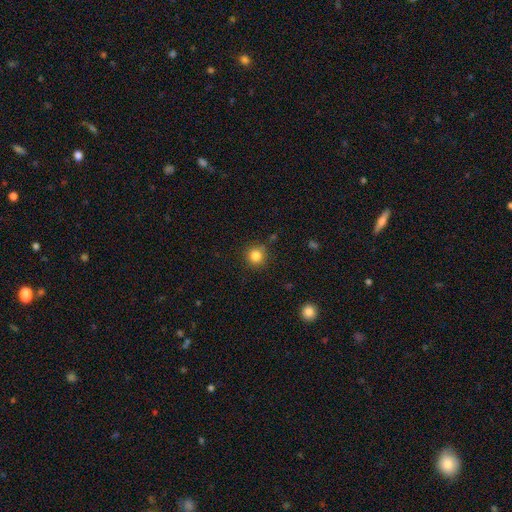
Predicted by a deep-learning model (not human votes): Q: Smooth or featured?
A: smooth (84%); runner-up: star or artifact (12%)
Q: How rounded?
A: round (92%); runner-up: in between (7%)
Q: Merging?
A: none (86%); runner-up: minor disturbance (9%)